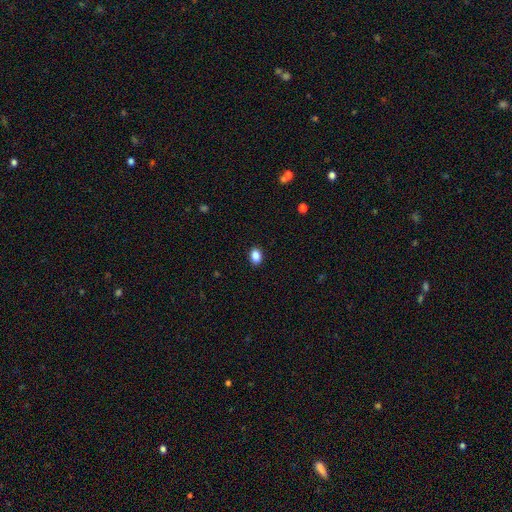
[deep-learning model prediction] Smooth or featured? Predicted: smooth (p=0.88). How rounded? Predicted: in between (p=0.76). Merging? Predicted: none (p=0.91).